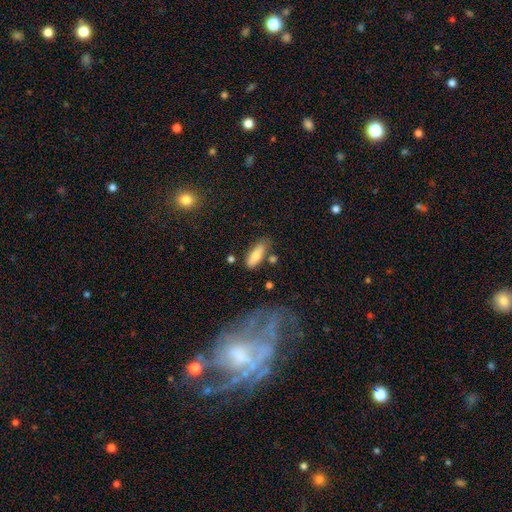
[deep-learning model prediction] smooth 76%, featured or disk 18%, star or artifact 7%. Down the decision tree: how rounded — in between (66%); merging — none (70%).